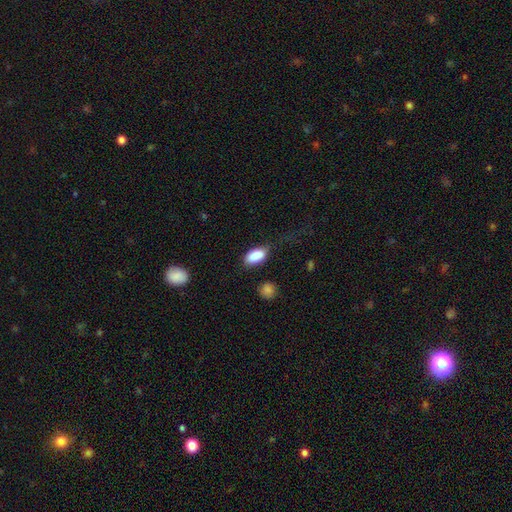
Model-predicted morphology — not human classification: Smooth or featured? Predicted: smooth (p=0.88). How rounded? Predicted: in between (p=0.91). Merging? Predicted: none (p=0.65).